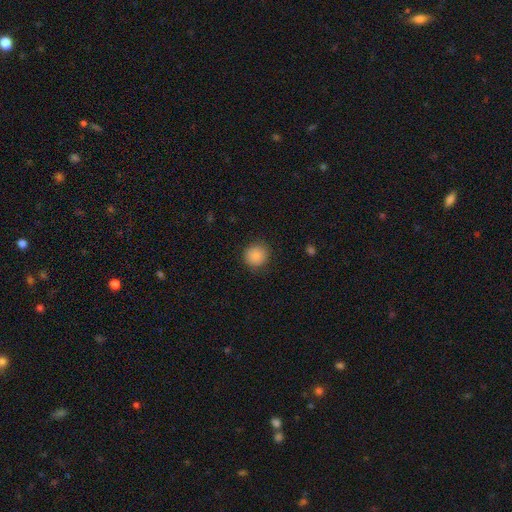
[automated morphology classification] smooth-or-featured: smooth: 86% | star or artifact: 9% | featured or disk: 5%
  how-rounded: round: 91% | in between: 8% | cigar-shaped: 1%
  merging: none: 87% | minor disturbance: 9% | major disturbance: 3% | merger: 1%